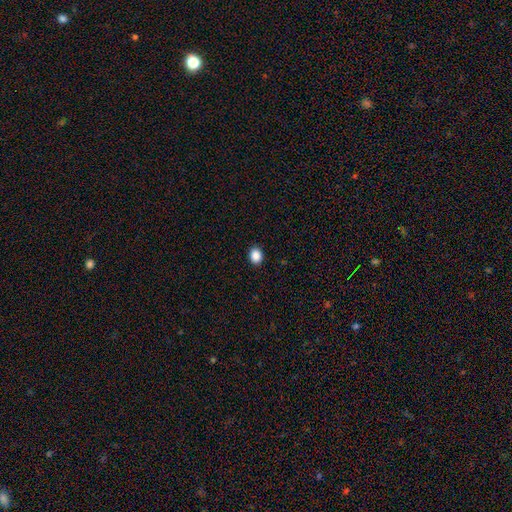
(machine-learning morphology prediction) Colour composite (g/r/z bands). It shows a smooth galaxy with no disk features (88%) that is round (51%). Merging: none (92%).